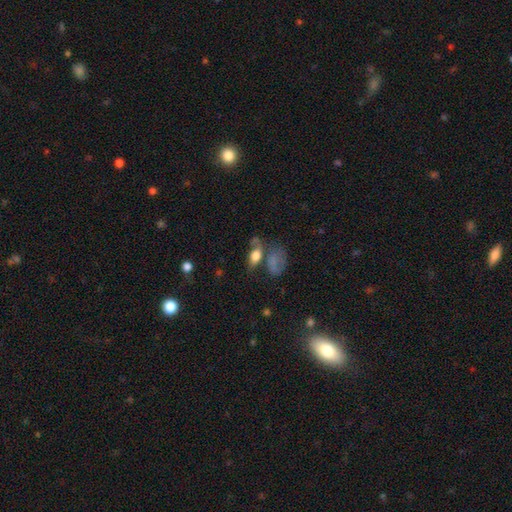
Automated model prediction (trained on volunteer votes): Smooth or featured? smooth (73%)
How rounded? in between (83%)
Merging? none (45%)